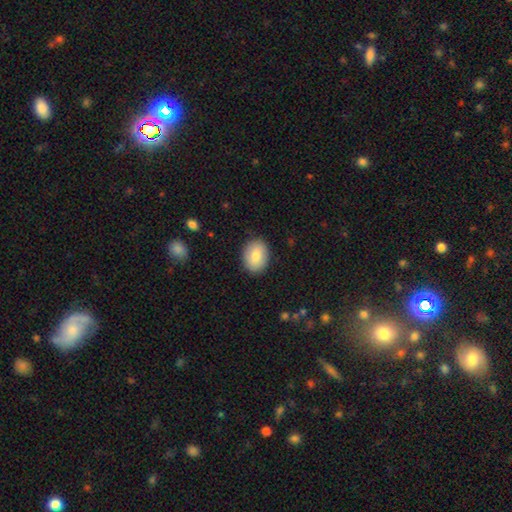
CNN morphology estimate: smooth-or-featured: smooth: 81% | featured or disk: 11% | star or artifact: 7%
  how-rounded: in between: 62% | round: 37% | cigar-shaped: 1%
  merging: none: 88% | minor disturbance: 9% | major disturbance: 2% | merger: 1%